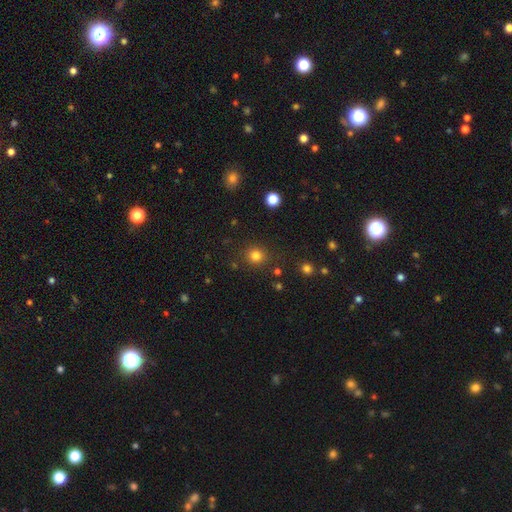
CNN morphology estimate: A smooth galaxy with no disk features (82%) that is round (89%). Merging: none (86%).